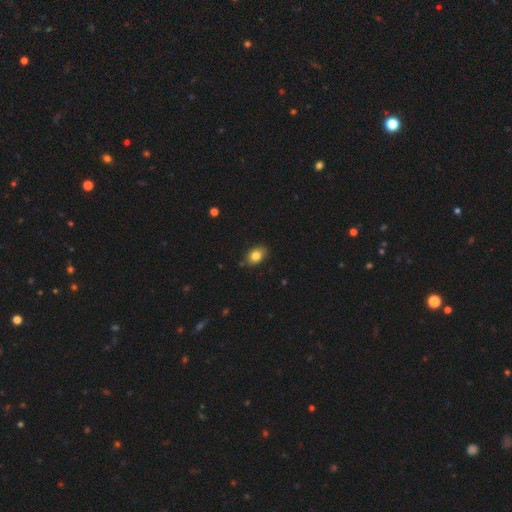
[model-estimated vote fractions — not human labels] smooth_or_featured: smooth (p=0.83) [alt: star or artifact p=0.09]
how_rounded: in between (p=0.78) [alt: round p=0.21]
merging: none (p=0.84) [alt: minor disturbance p=0.12]